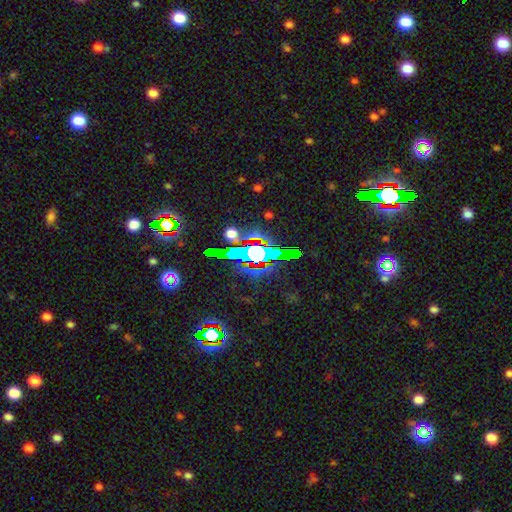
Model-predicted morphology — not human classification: Smooth or featured?
  - star or artifact: 63% *
  - smooth: 19%
  - featured or disk: 18%